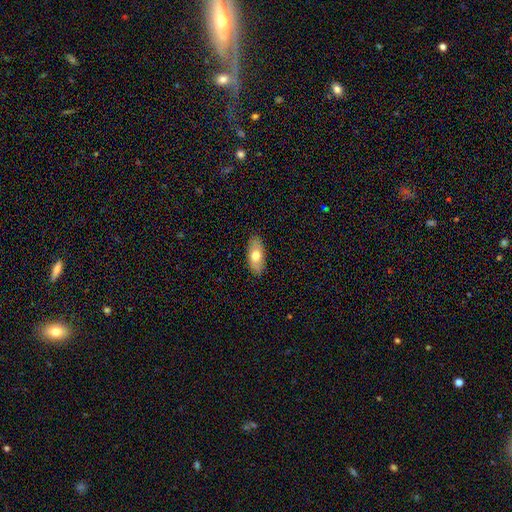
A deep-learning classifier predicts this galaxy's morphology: A smooth galaxy with no disk features (70%) that is in between round and cigar-shaped (88%). Merging: none (88%).